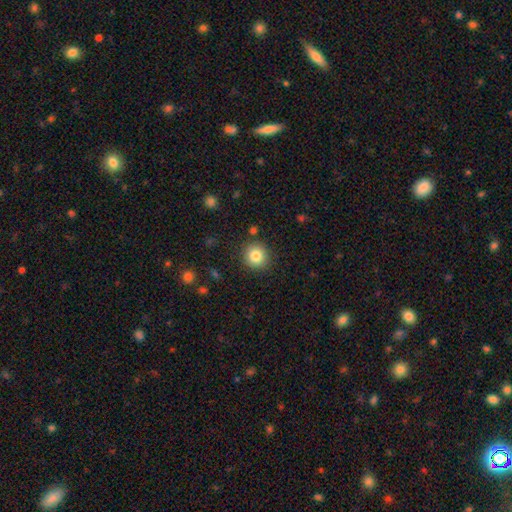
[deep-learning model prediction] smooth-or-featured: smooth: 82% | star or artifact: 10% | featured or disk: 7%
  how-rounded: round: 92% | in between: 7% | cigar-shaped: 1%
  merging: none: 88% | minor disturbance: 7% | major disturbance: 2% | merger: 2%